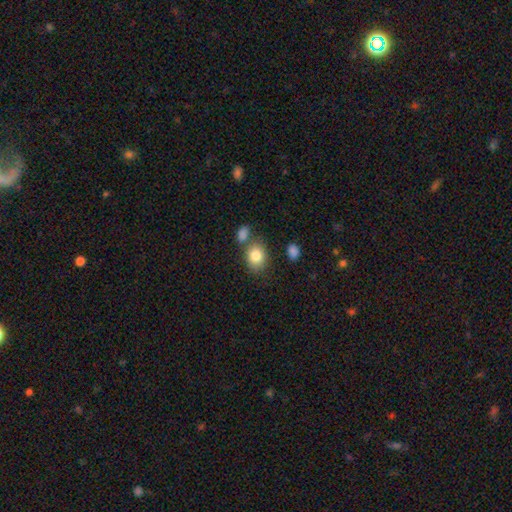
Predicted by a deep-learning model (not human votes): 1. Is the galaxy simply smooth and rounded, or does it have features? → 83% smooth, 9% featured or disk, 8% star or artifact.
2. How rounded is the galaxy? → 58% in between, 41% round, 1% cigar-shaped.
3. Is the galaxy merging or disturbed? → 64% none, 18% merger, 14% minor disturbance, 5% major disturbance.